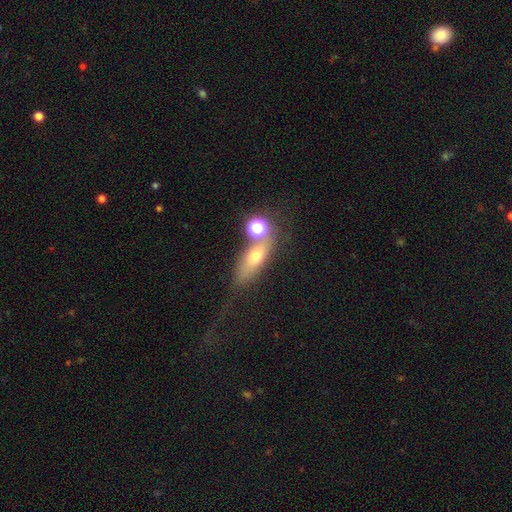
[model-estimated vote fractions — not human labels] smooth-or-featured: smooth: 54% | featured or disk: 31% | star or artifact: 15%
  how-rounded: in between: 54% | cigar-shaped: 25% | round: 21%
  merging: none: 41% | merger: 28% | major disturbance: 16% | minor disturbance: 15%